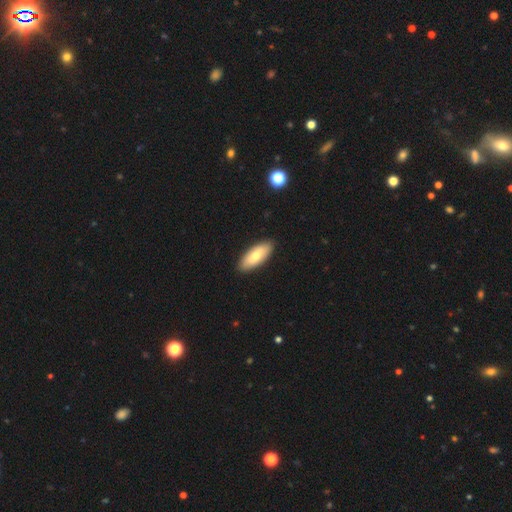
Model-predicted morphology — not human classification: smooth-or-featured: smooth: 71% | featured or disk: 24% | star or artifact: 5%
  how-rounded: in between: 80% | cigar-shaped: 18% | round: 2%
  merging: none: 90% | minor disturbance: 8% | major disturbance: 2% | merger: 1%